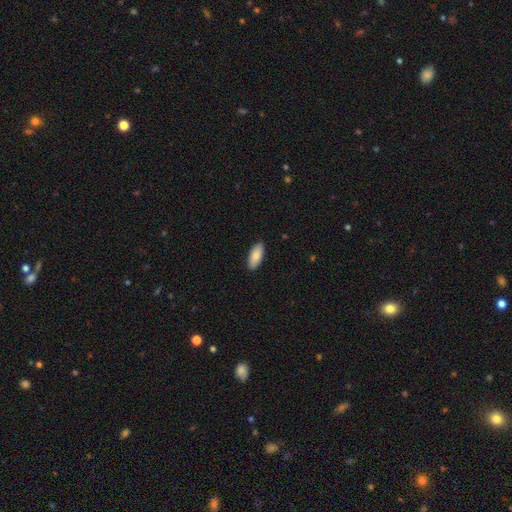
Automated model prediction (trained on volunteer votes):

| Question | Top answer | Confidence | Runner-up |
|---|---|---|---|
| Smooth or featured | smooth | 87% | featured or disk (7%) |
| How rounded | in between | 83% | cigar-shaped (15%) |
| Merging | none | 90% | minor disturbance (7%) |